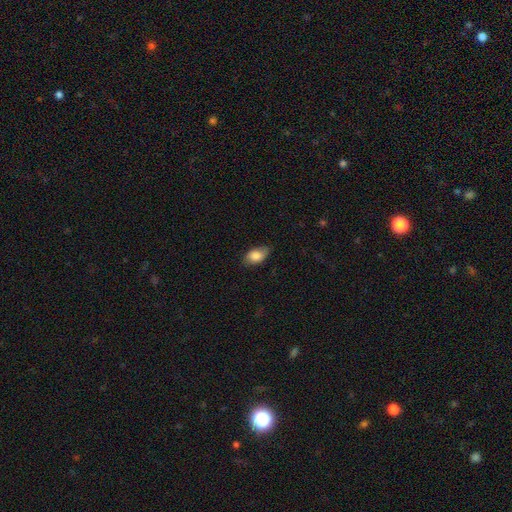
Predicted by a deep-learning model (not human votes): A smooth galaxy with no disk features (81%) that is in between round and cigar-shaped (91%). Merging: none (78%).